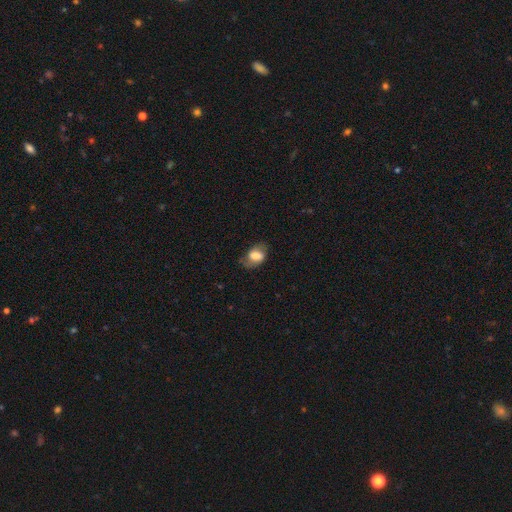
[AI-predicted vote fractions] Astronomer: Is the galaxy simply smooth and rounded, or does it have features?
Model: smooth — 64%.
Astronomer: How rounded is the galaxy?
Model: in between — 81%.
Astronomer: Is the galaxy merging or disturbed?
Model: none — 60%.